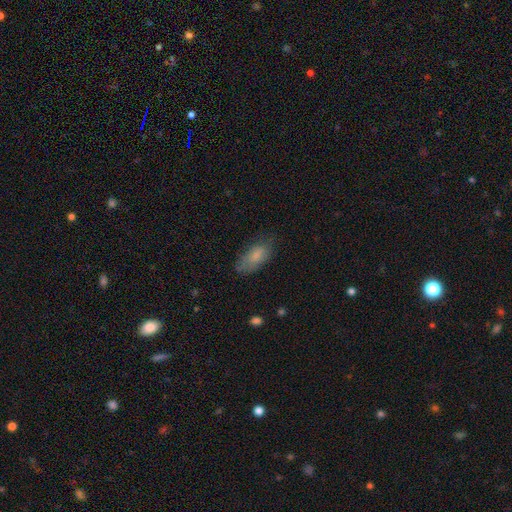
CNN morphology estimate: A smooth galaxy with no disk features (78%) that is in between round and cigar-shaped (88%).

Vote fractions:
- Smooth or featured? smooth: 78% / featured or disk: 14% / star or artifact: 7%
- How rounded? in between: 88% / cigar-shaped: 10% / round: 3%
- Merging? none: 65% / minor disturbance: 26% / major disturbance: 8% / merger: 2%